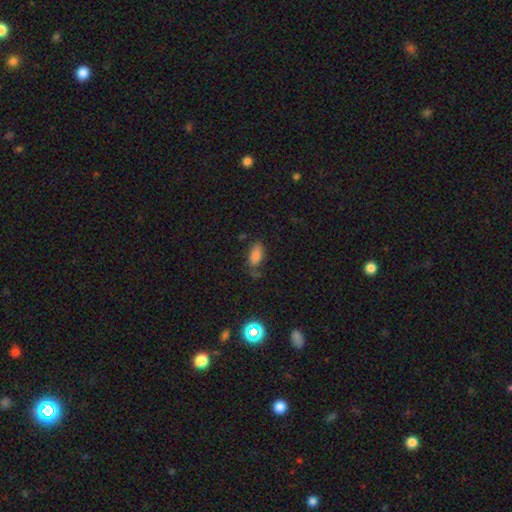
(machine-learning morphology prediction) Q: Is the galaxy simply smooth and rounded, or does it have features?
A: smooth — 80%.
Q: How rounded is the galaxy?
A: in between — 86%.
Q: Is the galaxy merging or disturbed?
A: none — 63%.